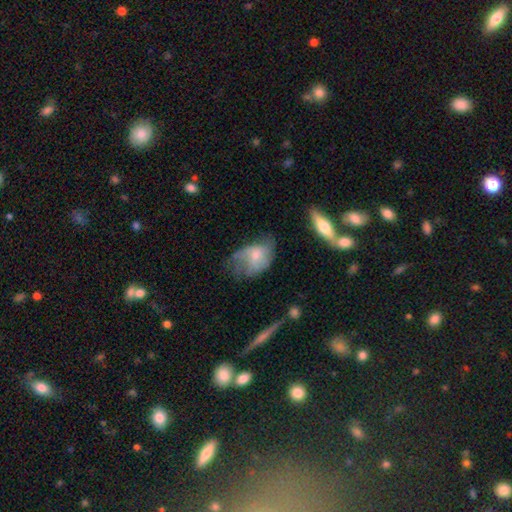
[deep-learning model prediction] Smooth or featured? smooth (49%)
Merging? major disturbance (34%)